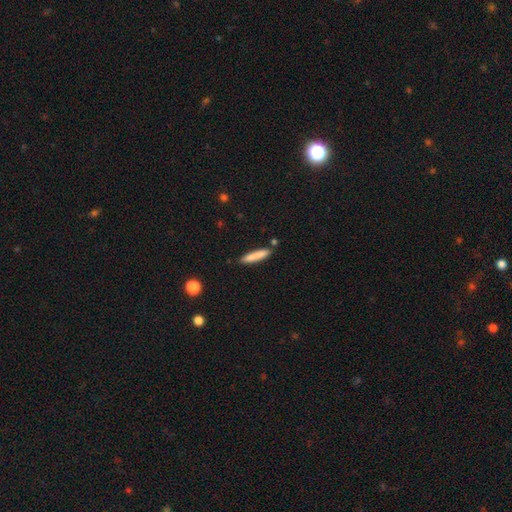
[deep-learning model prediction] Smooth or featured? smooth (83%)
How rounded? cigar-shaped (90%)
Merging? none (85%)